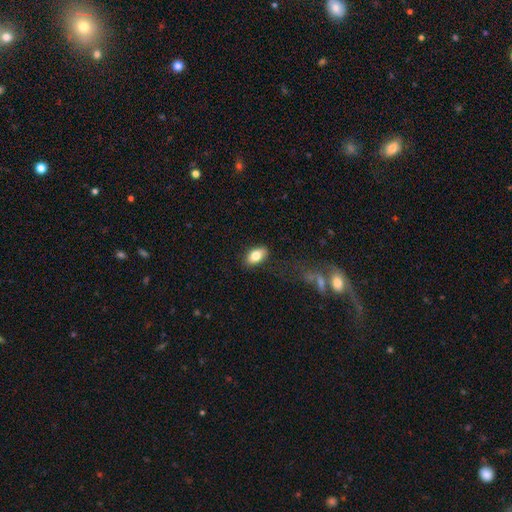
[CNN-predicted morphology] type=smooth (79%); roundness=in between (91%); merging=none (85%).